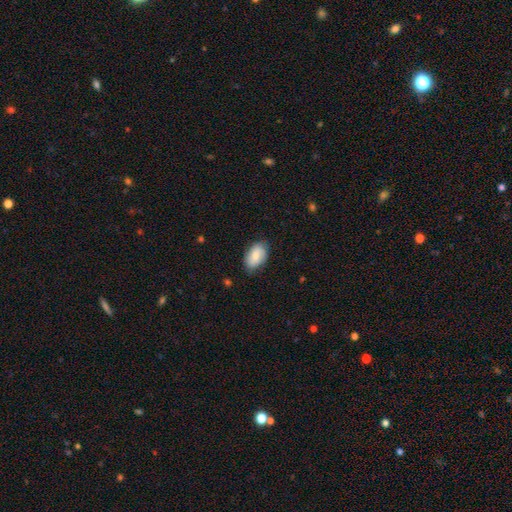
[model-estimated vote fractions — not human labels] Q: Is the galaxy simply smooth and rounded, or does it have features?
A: smooth — 66%.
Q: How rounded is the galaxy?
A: in between — 89%.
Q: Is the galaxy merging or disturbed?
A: none — 73%.